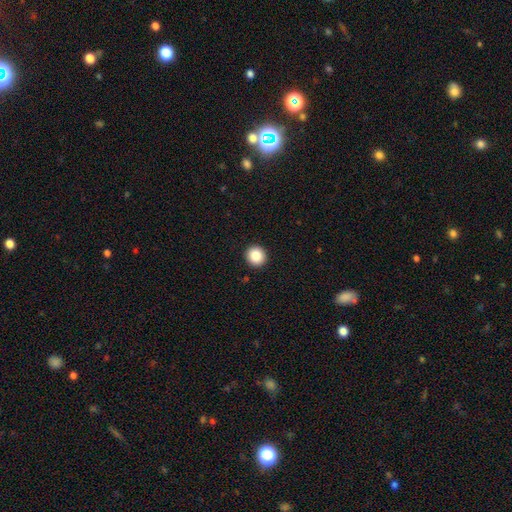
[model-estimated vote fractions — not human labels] Smooth or featured? Predicted: smooth (p=0.86). How rounded? Predicted: round (p=0.94). Merging? Predicted: none (p=0.93).